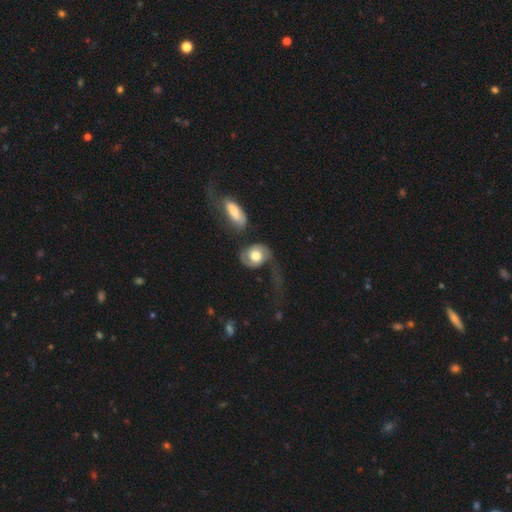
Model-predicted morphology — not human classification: This appears to be a featured or disk galaxy (52%). Merging: major disturbance (38%).